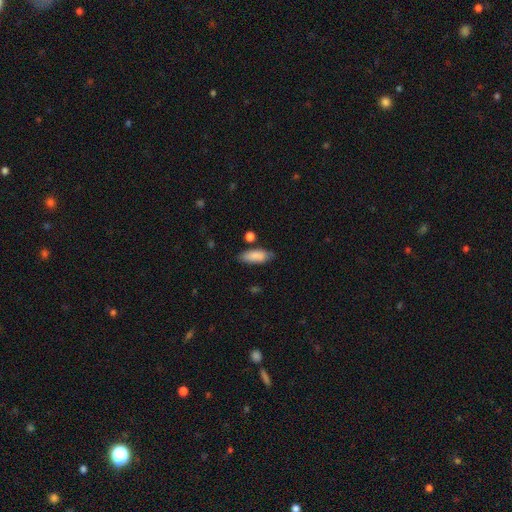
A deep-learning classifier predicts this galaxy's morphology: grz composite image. It shows a smooth galaxy with no disk features (86%) that is in between round and cigar-shaped (77%). Merging: none (74%).